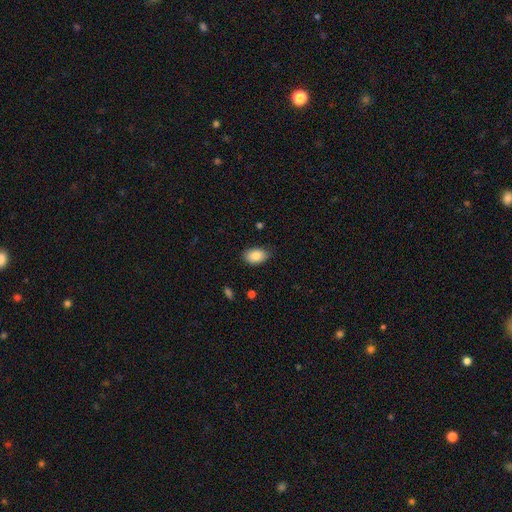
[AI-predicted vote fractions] Smooth or featured? smooth (84%)
How rounded? in between (89%)
Merging? none (82%)